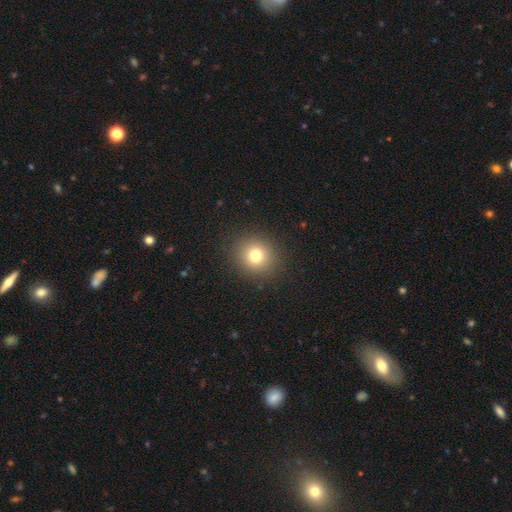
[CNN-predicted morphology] Smooth or featured: smooth — 77% (star or artifact — 14%)
How rounded: round — 88% (in between — 11%)
Merging: none — 90% (minor disturbance — 6%)